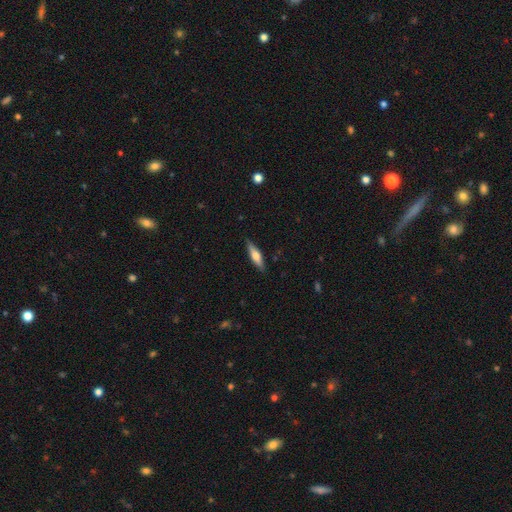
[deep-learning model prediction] Overall: smooth (55%; featured or disk 39%). How rounded: cigar-shaped (69%; in between 29%). Merging: none (87%).